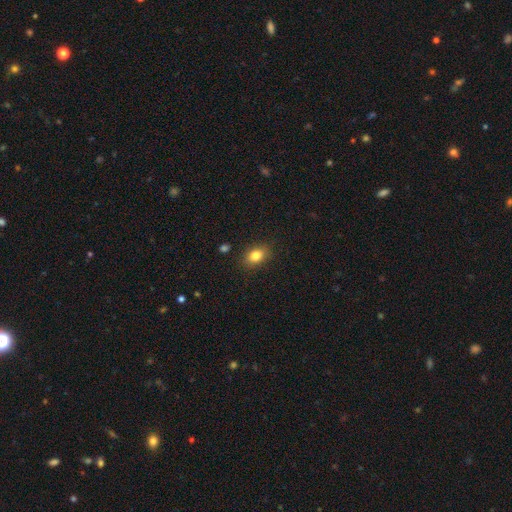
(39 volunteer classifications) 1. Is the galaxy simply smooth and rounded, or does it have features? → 79% smooth, 10% featured or disk, 10% star or artifact.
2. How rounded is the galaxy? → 87% in between, 13% round, 0% cigar-shaped.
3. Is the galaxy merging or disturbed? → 89% none, 11% minor disturbance, 0% major disturbance, 0% merger.